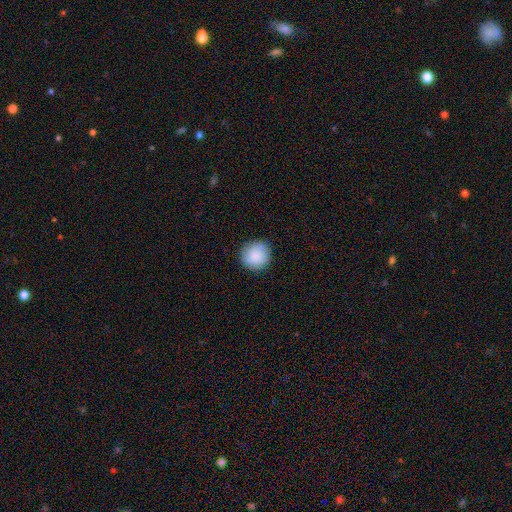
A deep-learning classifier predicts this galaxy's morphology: A smooth galaxy with no disk features (85%) that is round (93%).

Vote fractions:
- Smooth or featured? smooth: 85% / featured or disk: 8% / star or artifact: 6%
- How rounded? round: 93% / in between: 6% / cigar-shaped: 1%
- Merging? none: 87% / minor disturbance: 9% / major disturbance: 2% / merger: 1%